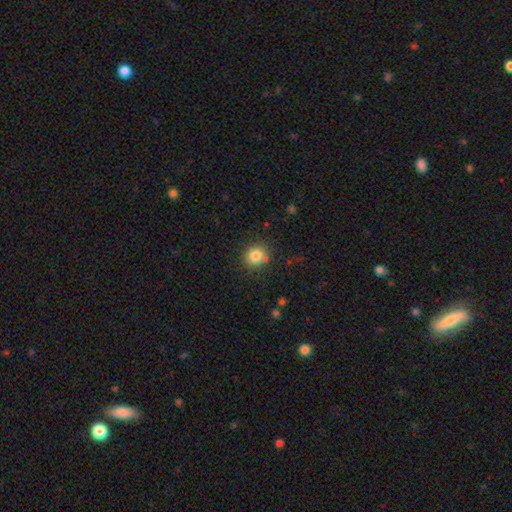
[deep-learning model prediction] A smooth galaxy with no disk features (82%) that is round (82%). Merging: none (80%).